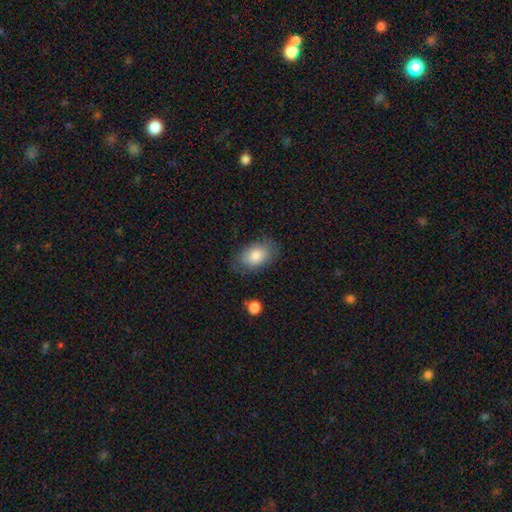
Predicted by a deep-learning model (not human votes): This appears to be a smooth galaxy with no disk features (79%) that is in between round and cigar-shaped (87%). Merging: none (72%).